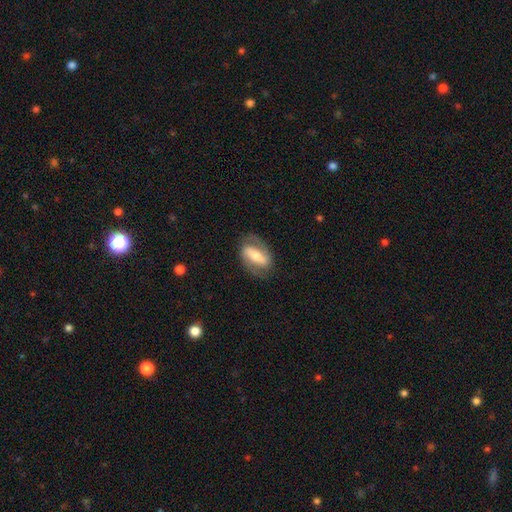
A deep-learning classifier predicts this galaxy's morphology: smooth_or_featured: featured or disk (p=0.73) [alt: smooth p=0.22]
disk_edge_on: no (p=0.94) [alt: yes p=0.06]
bar: strong (p=0.60) [alt: weak p=0.24]
has_spiral_arms: yes (p=0.86) [alt: no p=0.14]
spiral_winding: medium (p=0.46) [alt: tight p=0.31]
spiral_arm_count: 2 (p=0.88) [alt: can't tell p=0.06]
bulge_size: moderate (p=0.49) [alt: small p=0.37]
merging: none (p=0.78) [alt: minor disturbance p=0.14]